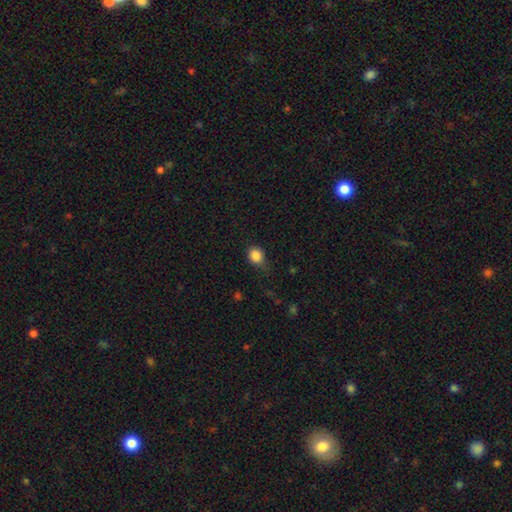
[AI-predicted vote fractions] A smooth galaxy with no disk features (86%) that is round (68%).

Vote fractions:
- Smooth or featured? smooth: 86% / star or artifact: 10% / featured or disk: 4%
- How rounded? round: 68% / in between: 31% / cigar-shaped: 1%
- Merging? none: 65% / minor disturbance: 26% / major disturbance: 7% / merger: 2%